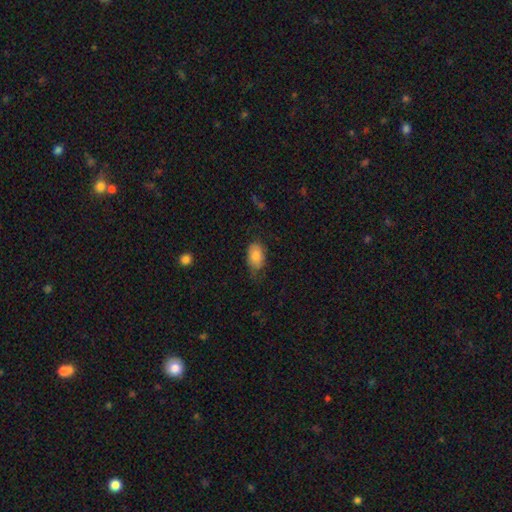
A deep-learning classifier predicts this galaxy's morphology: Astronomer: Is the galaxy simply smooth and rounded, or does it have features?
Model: smooth — 81%.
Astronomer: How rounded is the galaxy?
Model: in between — 88%.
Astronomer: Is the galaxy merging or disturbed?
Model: none — 58%.